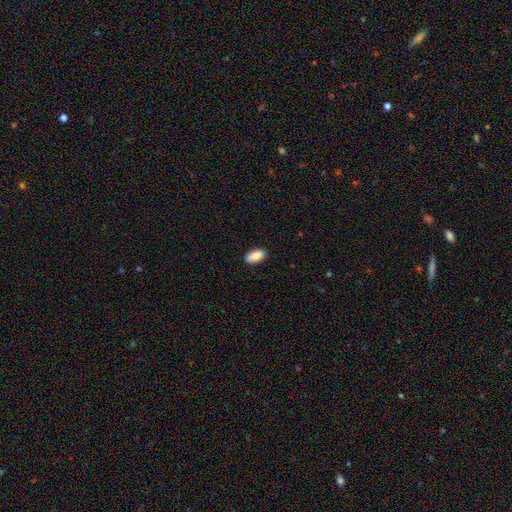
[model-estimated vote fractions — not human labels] smooth 89%, star or artifact 6%, featured or disk 4%. Down the decision tree: how rounded — in between (91%); merging — none (88%).